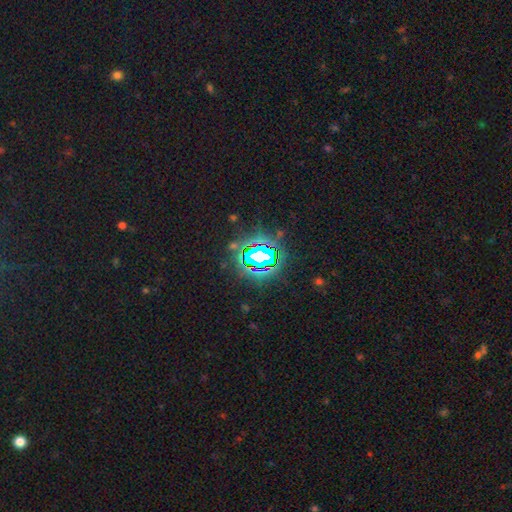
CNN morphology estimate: A star or artifact, not a galaxy (75%).

Vote fractions:
- Smooth or featured? star or artifact: 75% / smooth: 14% / featured or disk: 12%